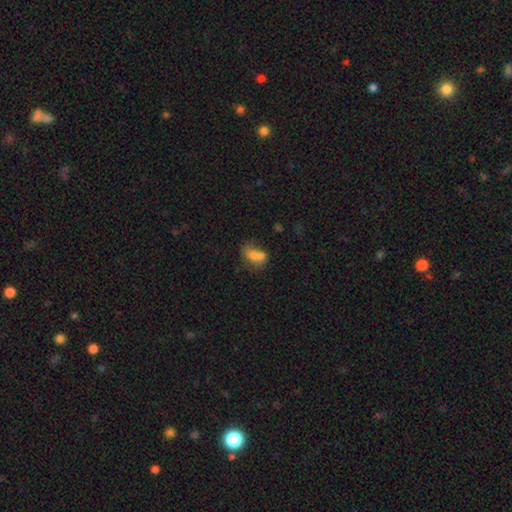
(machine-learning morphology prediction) Smooth or featured? Predicted: smooth (p=0.71). How rounded? Predicted: in between (p=0.79). Merging? Predicted: merger (p=0.44).